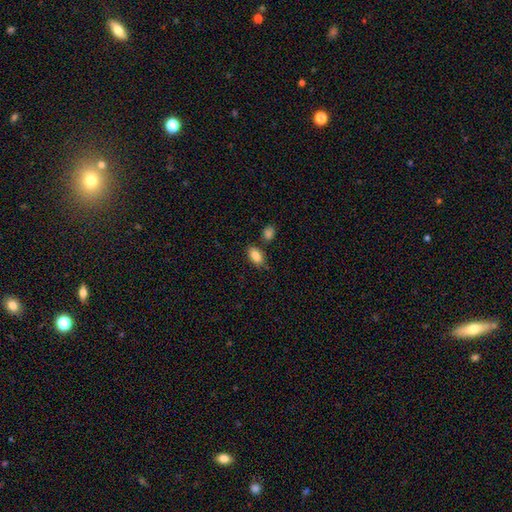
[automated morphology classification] smooth 86%, star or artifact 8%, featured or disk 7%. Down the decision tree: how rounded — in between (91%); merging — none (77%).